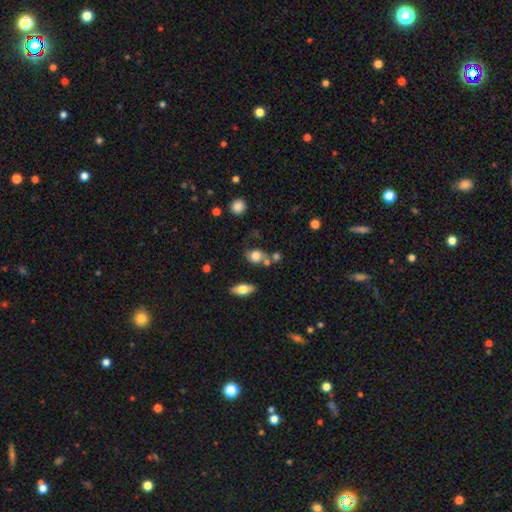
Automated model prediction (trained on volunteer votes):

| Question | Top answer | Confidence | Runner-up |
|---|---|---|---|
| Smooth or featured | smooth | 74% | featured or disk (15%) |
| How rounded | round | 54% | in between (44%) |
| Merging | none | 51% | minor disturbance (20%) |